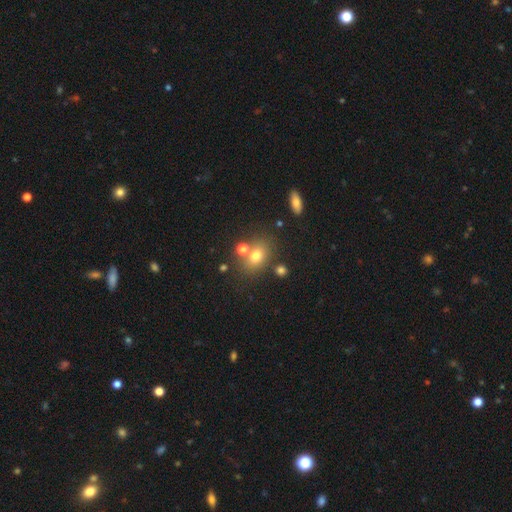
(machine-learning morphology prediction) Smooth or featured? smooth (72%)
How rounded? in between (60%)
Merging? none (66%)